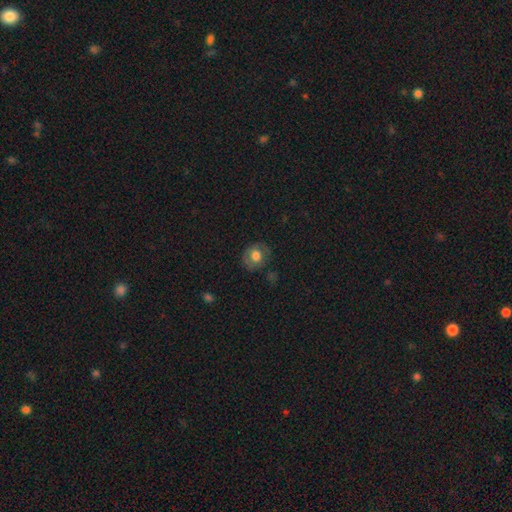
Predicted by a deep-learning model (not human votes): This is likely a smooth galaxy (65%). How rounded: likely round (70%). Merging: likely none (74%).